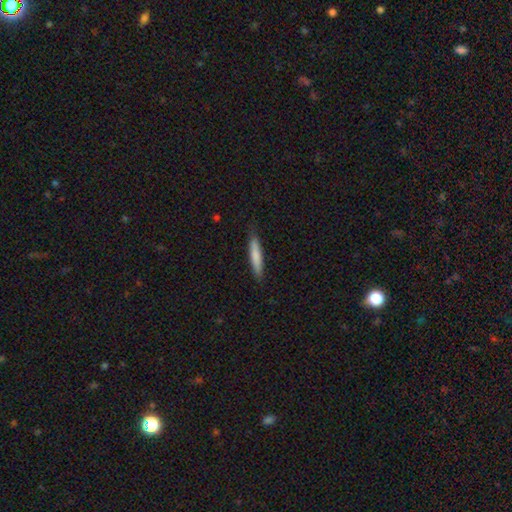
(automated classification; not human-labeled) Smooth or featured? Predicted: smooth (p=0.77). How rounded? Predicted: cigar-shaped (p=0.90). Merging? Predicted: none (p=0.85).